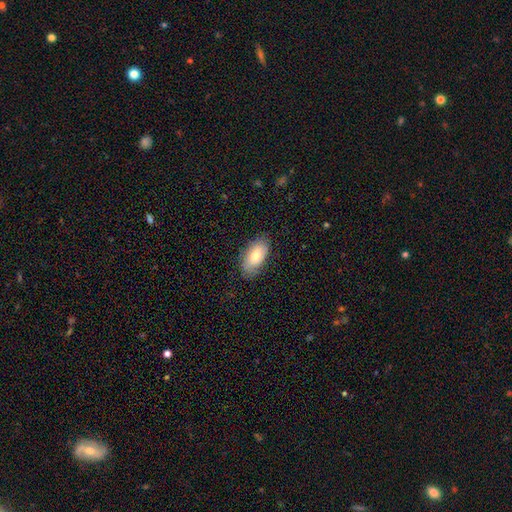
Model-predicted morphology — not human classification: Smooth or featured? Predicted: smooth (p=0.72). How rounded? Predicted: in between (p=0.93). Merging? Predicted: none (p=0.81).